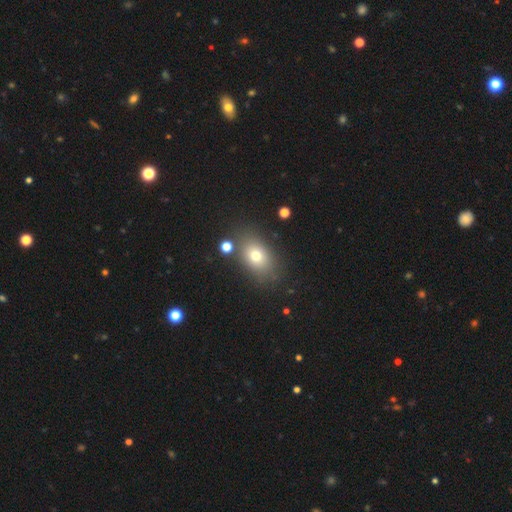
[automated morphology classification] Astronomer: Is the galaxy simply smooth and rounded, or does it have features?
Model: smooth — 73%.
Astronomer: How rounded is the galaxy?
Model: in between — 75%.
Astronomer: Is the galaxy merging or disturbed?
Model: none — 78%.